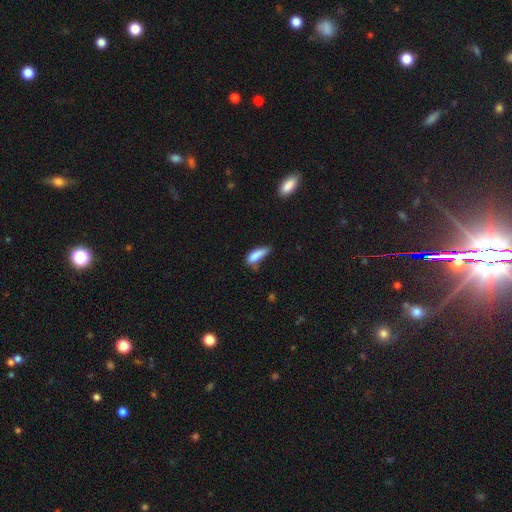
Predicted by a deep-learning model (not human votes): Morphology: type=smooth (81%); roundness=in between (61%); merging=minor disturbance (39%).